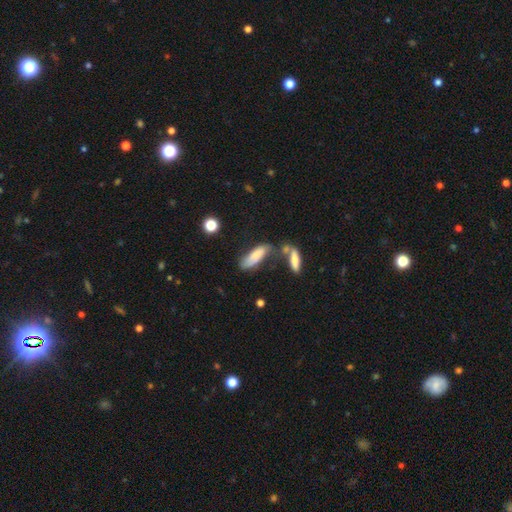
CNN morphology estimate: Smooth or featured?
  - smooth: 73% *
  - featured or disk: 19%
  - star or artifact: 8%
How rounded?
  - in between: 55% *
  - cigar-shaped: 43%
  - round: 2%
Merging?
  - none: 47% *
  - merger: 23%
  - minor disturbance: 21%
  - major disturbance: 9%